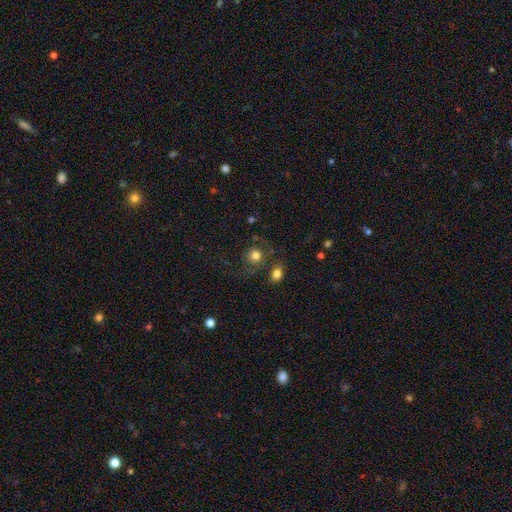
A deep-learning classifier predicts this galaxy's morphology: smooth_or_featured: smooth (p=0.70) [alt: featured or disk p=0.18]
how_rounded: round (p=0.85) [alt: in between p=0.14]
merging: none (p=0.55) [alt: minor disturbance p=0.16]